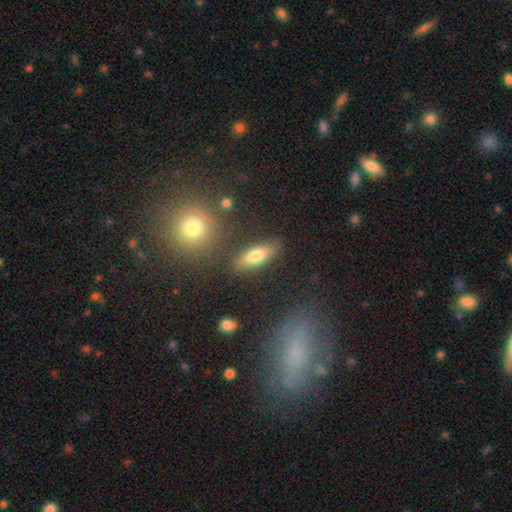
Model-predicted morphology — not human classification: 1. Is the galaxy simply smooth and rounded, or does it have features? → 71% smooth, 20% featured or disk, 9% star or artifact.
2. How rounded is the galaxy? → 63% in between, 32% cigar-shaped, 5% round.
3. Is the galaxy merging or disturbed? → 82% none, 11% minor disturbance, 4% merger, 3% major disturbance.